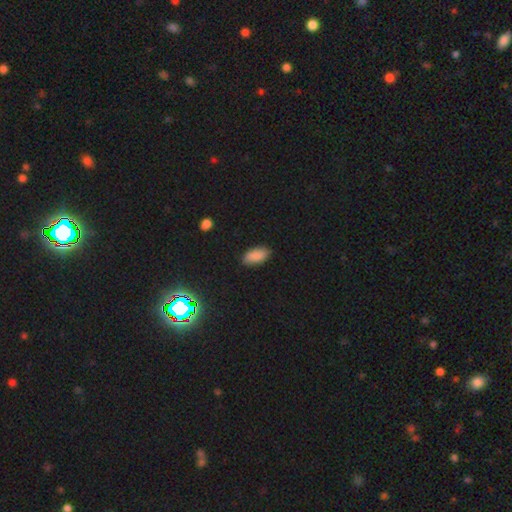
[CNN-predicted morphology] Overall: smooth (87%). How rounded: in between (92%). Merging: none (86%).